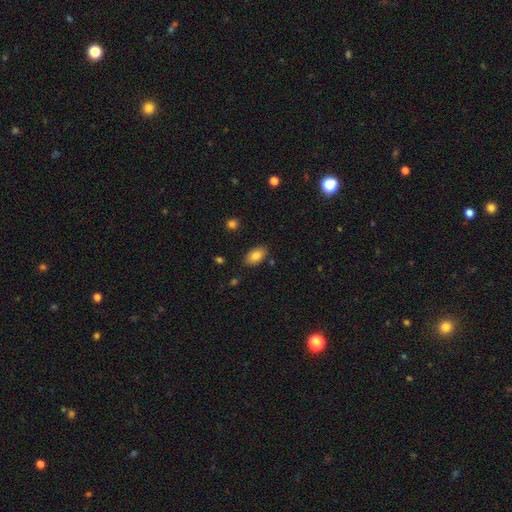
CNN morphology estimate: smooth-or-featured: smooth: 83% | featured or disk: 10% | star or artifact: 8%
  how-rounded: in between: 92% | round: 6% | cigar-shaped: 2%
  merging: none: 84% | minor disturbance: 11% | merger: 2% | major disturbance: 2%